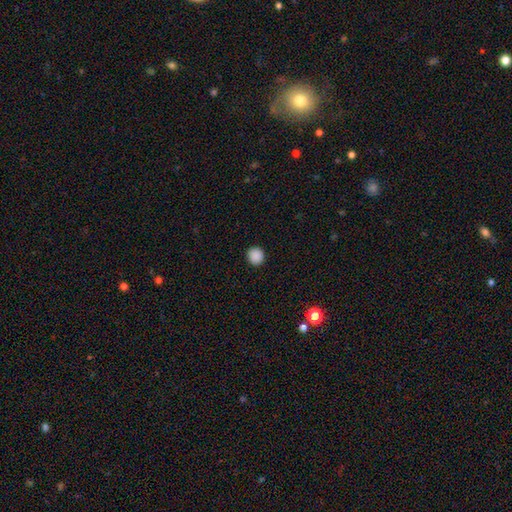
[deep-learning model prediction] Smooth or featured? Predicted: smooth (p=0.88). How rounded? Predicted: round (p=0.91). Merging? Predicted: none (p=0.93).